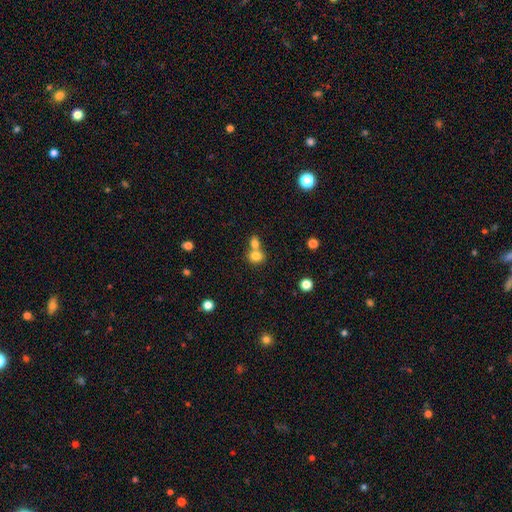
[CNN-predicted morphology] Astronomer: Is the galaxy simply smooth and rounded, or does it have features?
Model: smooth — 79%.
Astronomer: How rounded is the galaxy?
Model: round — 68%.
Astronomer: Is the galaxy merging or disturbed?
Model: merger — 51% (runner-up: none, 40%).